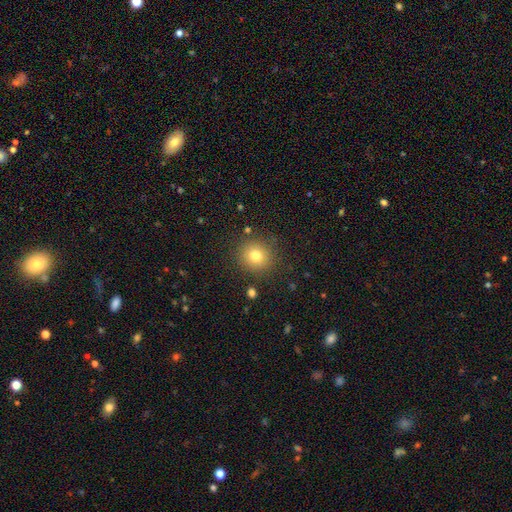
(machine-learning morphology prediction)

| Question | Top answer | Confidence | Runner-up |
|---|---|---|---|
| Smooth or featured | smooth | 78% | star or artifact (13%) |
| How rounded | round | 90% | in between (9%) |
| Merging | none | 87% | minor disturbance (8%) |